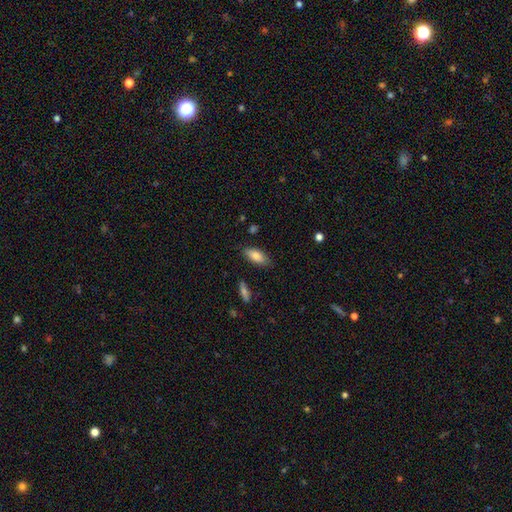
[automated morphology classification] Smooth or featured? smooth (81%)
How rounded? in between (85%)
Merging? none (83%)